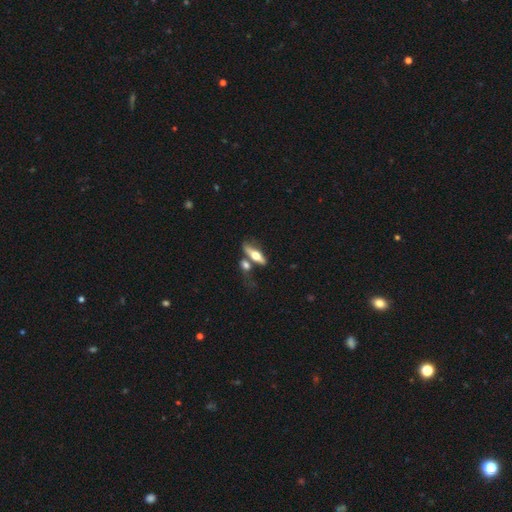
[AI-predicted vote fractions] Smooth or featured?
  - featured or disk: 50% *
  - smooth: 44%
  - star or artifact: 6%
Merging?
  - none: 52% *
  - merger: 26%
  - minor disturbance: 14%
  - major disturbance: 8%